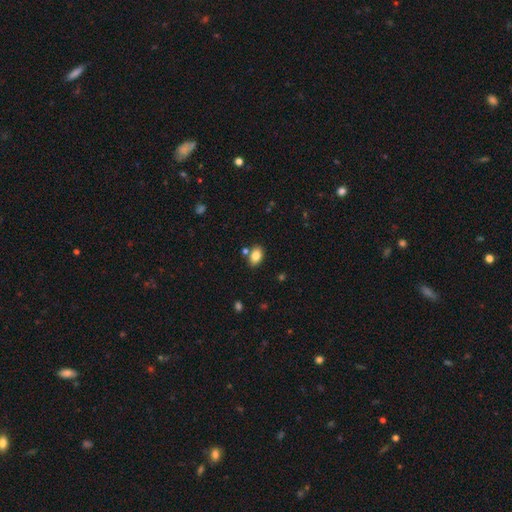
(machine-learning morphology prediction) Smooth or featured? smooth (83%)
How rounded? in between (87%)
Merging? none (77%)